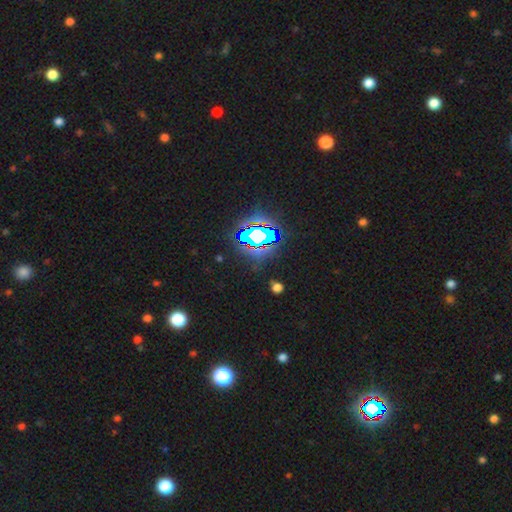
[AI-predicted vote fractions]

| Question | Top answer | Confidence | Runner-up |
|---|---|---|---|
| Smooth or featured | star or artifact | 81% | smooth (11%) |